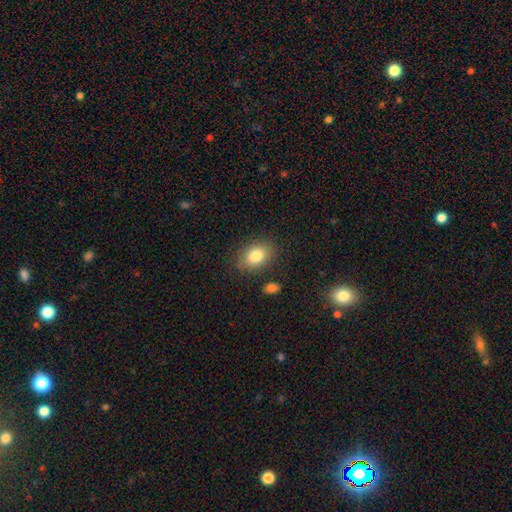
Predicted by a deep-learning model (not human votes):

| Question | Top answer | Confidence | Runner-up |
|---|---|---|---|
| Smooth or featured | smooth | 82% | featured or disk (10%) |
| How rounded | in between | 78% | round (20%) |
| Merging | none | 82% | minor disturbance (12%) |